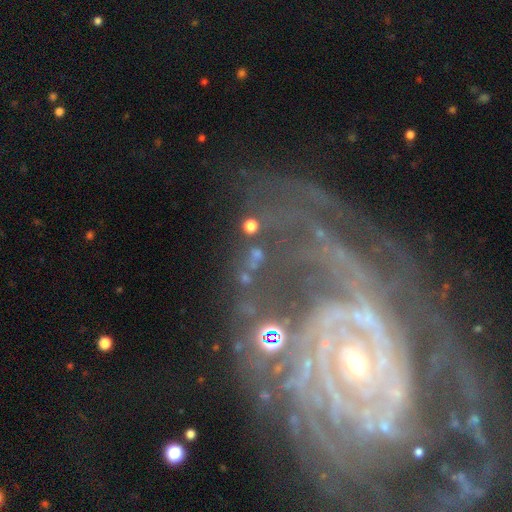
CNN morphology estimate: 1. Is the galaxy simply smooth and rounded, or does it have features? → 50% featured or disk, 29% star or artifact, 21% smooth.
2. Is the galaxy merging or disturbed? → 60% none, 17% minor disturbance, 15% major disturbance, 8% merger.